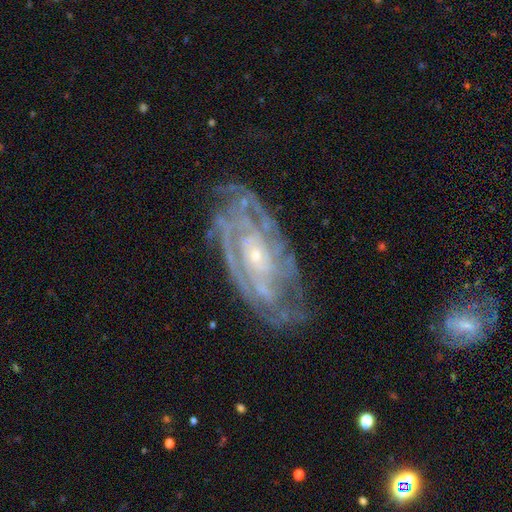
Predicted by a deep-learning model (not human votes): This is clearly a featured or disk galaxy (87%). It is clearly not viewed edge-on (94%). Bar: likely no (67%). Spiral arm pattern: clearly yes (96%). Spiral arm count: marginally can't tell (35%). Spiral winding: likely tight (74%). Central bulge: likely small (80%). Merging: likely none (72%).